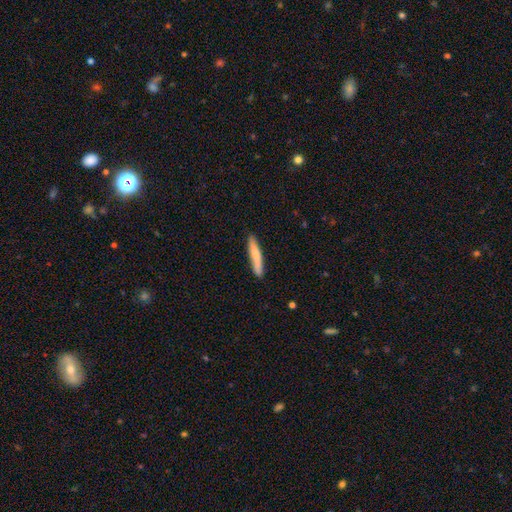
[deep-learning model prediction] Smooth or featured? smooth (72%)
How rounded? cigar-shaped (93%)
Merging? none (86%)